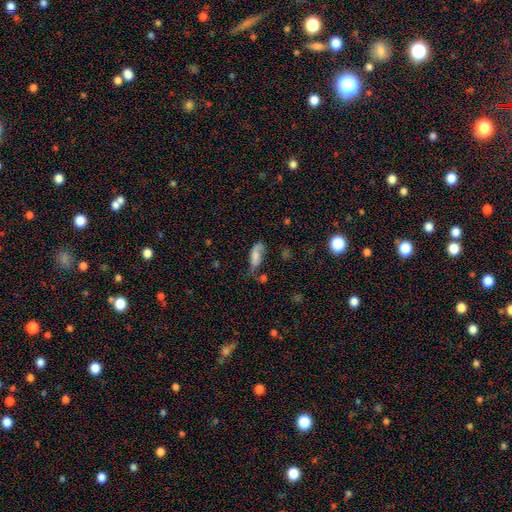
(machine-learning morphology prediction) This is likely a smooth galaxy (66%). How rounded: likely in between (76%). Merging: marginally none (36%).